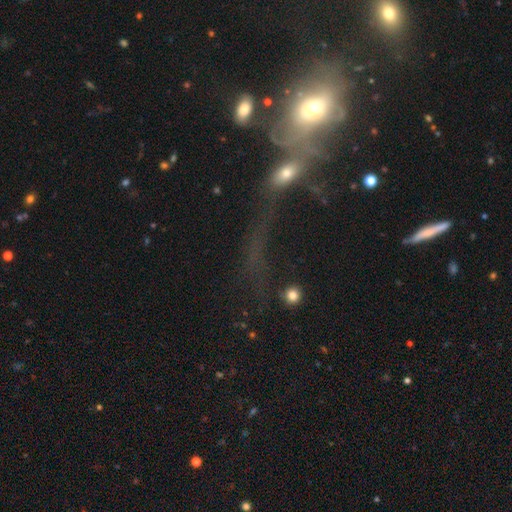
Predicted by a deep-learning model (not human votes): Smooth or featured?
  - star or artifact: 35% *
  - smooth: 33%
  - featured or disk: 32%